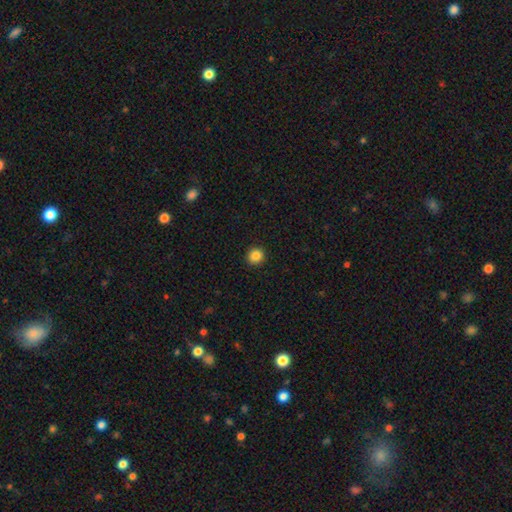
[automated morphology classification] Smooth or featured? Predicted: smooth (p=0.85). How rounded? Predicted: round (p=0.91). Merging? Predicted: none (p=0.93).